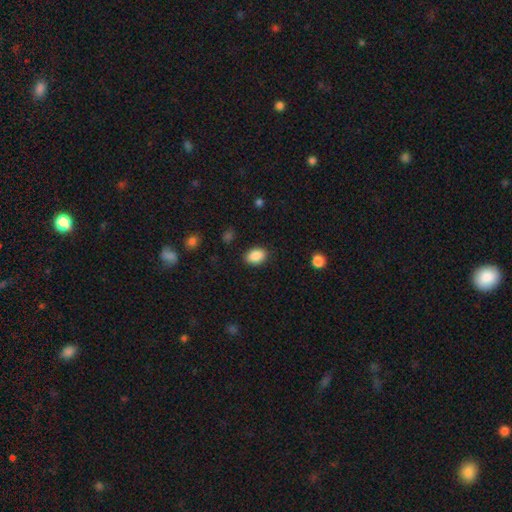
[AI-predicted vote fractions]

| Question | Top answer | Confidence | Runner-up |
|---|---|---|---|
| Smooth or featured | smooth | 88% | star or artifact (8%) |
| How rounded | in between | 79% | round (20%) |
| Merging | none | 86% | minor disturbance (10%) |